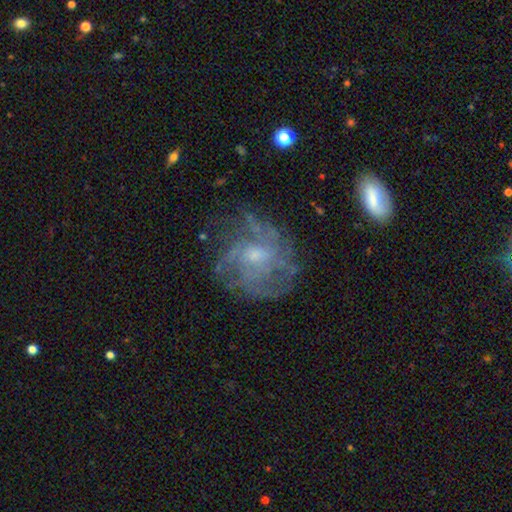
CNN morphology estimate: Smooth or featured?
  - featured or disk: 73% *
  - smooth: 17%
  - star or artifact: 11%
Edge-on disk?
  - no: 97% *
  - yes: 3%
Bar?
  - no: 66% *
  - weak: 30%
  - strong: 4%
Spiral arms?
  - yes: 75% *
  - no: 25%
Spiral winding?
  - medium: 40% *
  - tight: 39%
  - loose: 22%
Spiral arm count?
  - can't tell: 47% *
  - 4: 17%
  - 3: 13%
  - 2: 9%
  - more than 4: 9%
  - 1: 5%
Bulge size?
  - small: 55% *
  - moderate: 34%
  - none: 8%
  - large: 2%
  - dominant: 1%
Merging?
  - none: 61% *
  - minor disturbance: 19%
  - major disturbance: 18%
  - merger: 2%